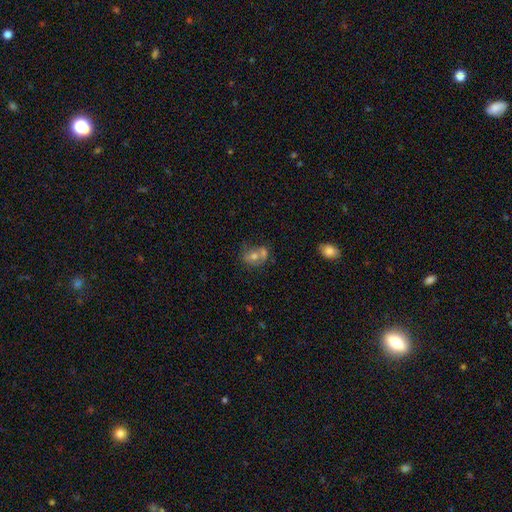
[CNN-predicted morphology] The model was most divided on "how rounded": round: 54%, in between: 44%, cigar-shaped: 1%. Remaining: smooth or featured — smooth (60%); merging — merger (46%).